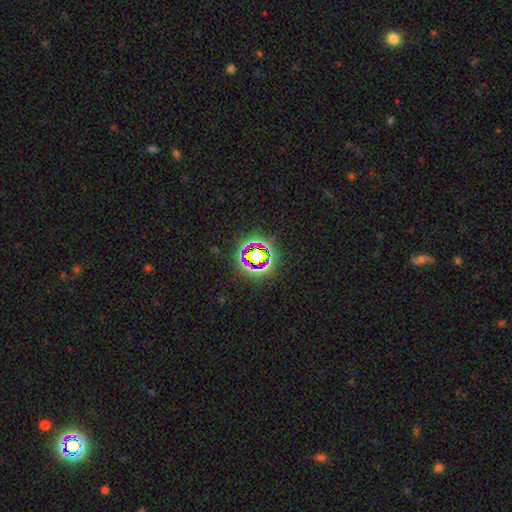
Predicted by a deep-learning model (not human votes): Smooth or featured: star or artifact — 68% (smooth — 20%)